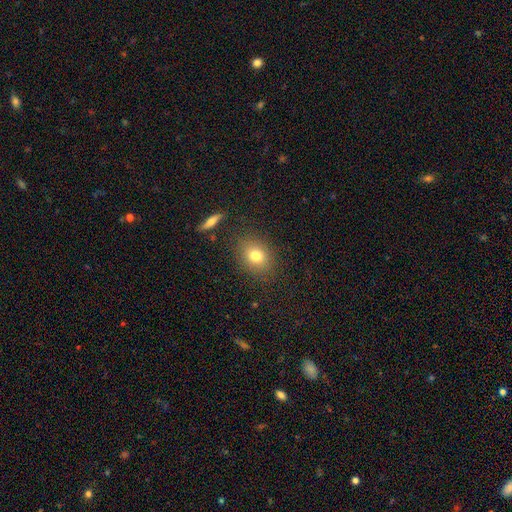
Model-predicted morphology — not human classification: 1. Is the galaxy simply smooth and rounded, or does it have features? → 77% smooth, 12% star or artifact, 11% featured or disk.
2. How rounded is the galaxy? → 50% round, 48% in between, 2% cigar-shaped.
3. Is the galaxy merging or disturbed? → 83% none, 11% minor disturbance, 4% major disturbance, 2% merger.